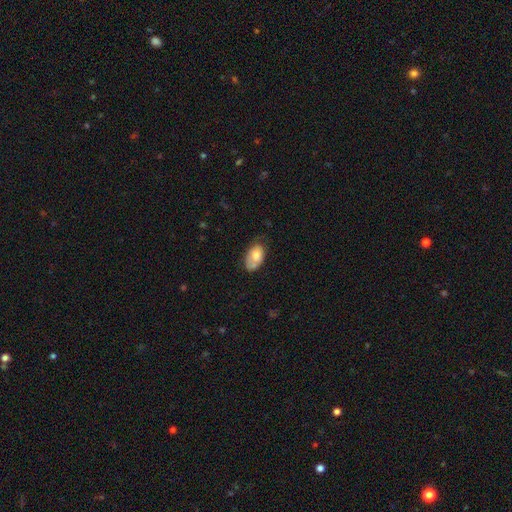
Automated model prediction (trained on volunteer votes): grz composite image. It shows a smooth galaxy with no disk features (72%) that is in between round and cigar-shaped (92%). Merging: none (44%).